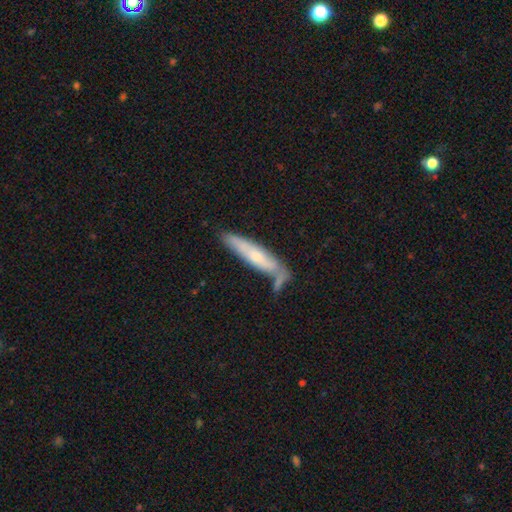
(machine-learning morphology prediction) smooth-or-featured: smooth: 53% | featured or disk: 41% | star or artifact: 6%
  how-rounded: cigar-shaped: 85% | in between: 14% | round: 1%
  merging: none: 56% | minor disturbance: 21% | merger: 17% | major disturbance: 6%